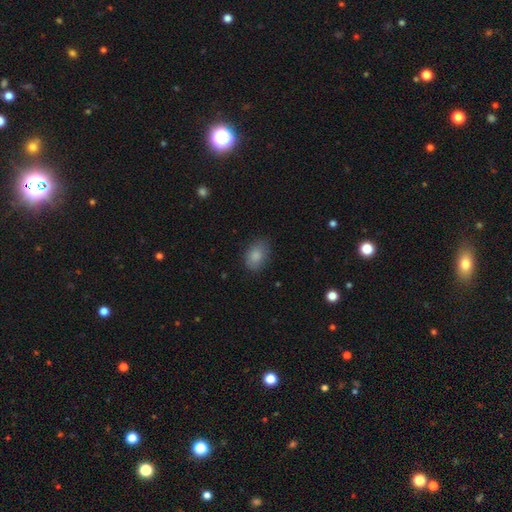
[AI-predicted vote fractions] Smooth or featured? smooth (85%)
How rounded? in between (83%)
Merging? none (77%)